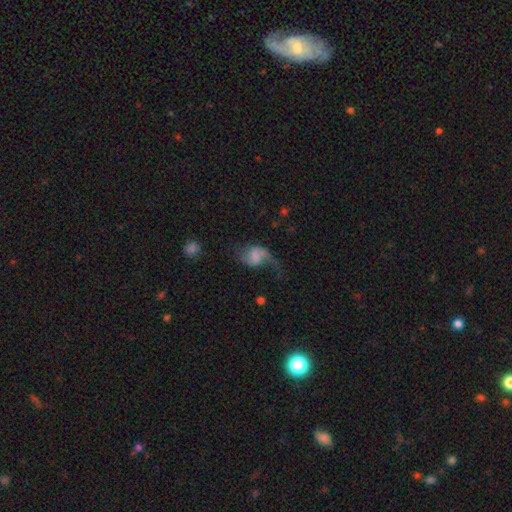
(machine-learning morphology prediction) This appears to be a featured or disk galaxy (64%) with a weak bar (44%), 2 (74%) loose (79%) spiral arms (87%) and no central bulge (50%). Merging: none (39%).